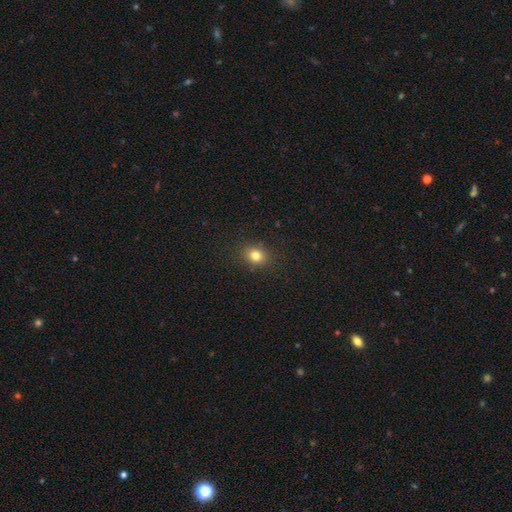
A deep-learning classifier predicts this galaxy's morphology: type=smooth (80%); roundness=round (60%); merging=none (87%).